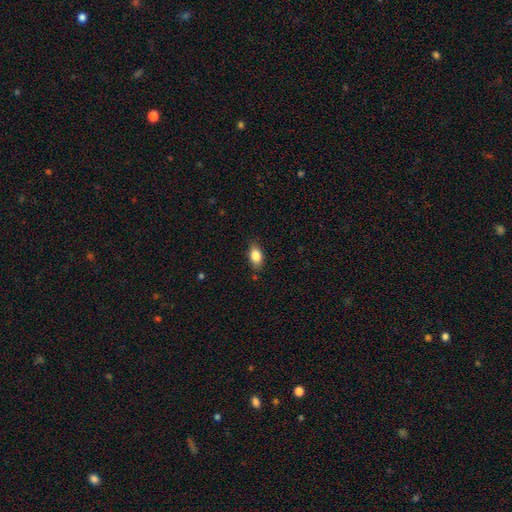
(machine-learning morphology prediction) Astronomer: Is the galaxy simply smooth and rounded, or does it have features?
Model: smooth — 85%.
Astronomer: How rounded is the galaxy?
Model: in between — 87%.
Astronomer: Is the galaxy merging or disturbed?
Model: none — 80%.